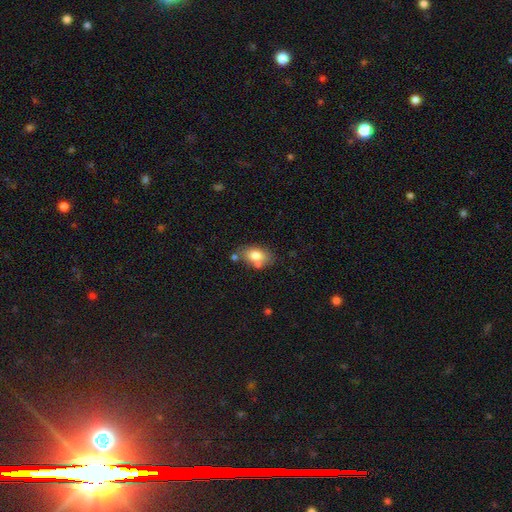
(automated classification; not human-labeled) This appears to be a smooth galaxy with no disk features (77%) that is in between round and cigar-shaped (88%). Merging: none (64%).